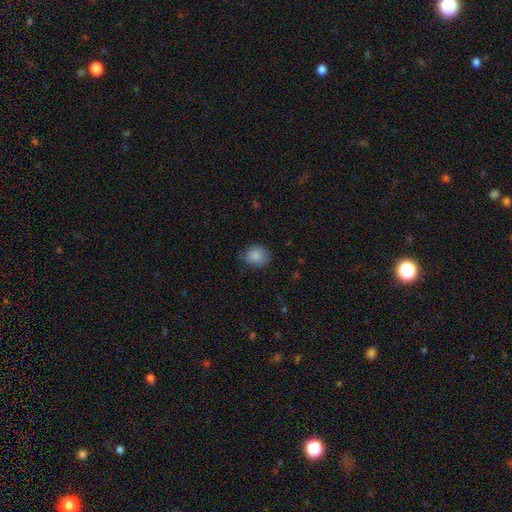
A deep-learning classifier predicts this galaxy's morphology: Smooth or featured?
  - smooth: 87% *
  - star or artifact: 8%
  - featured or disk: 5%
How rounded?
  - round: 70% *
  - in between: 30%
  - cigar-shaped: 1%
Merging?
  - none: 74% *
  - minor disturbance: 20%
  - major disturbance: 4%
  - merger: 1%